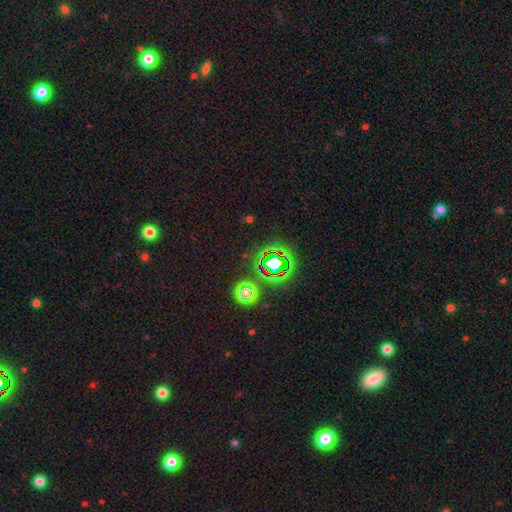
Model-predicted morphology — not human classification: Overall: star or artifact (61%; smooth 29%).